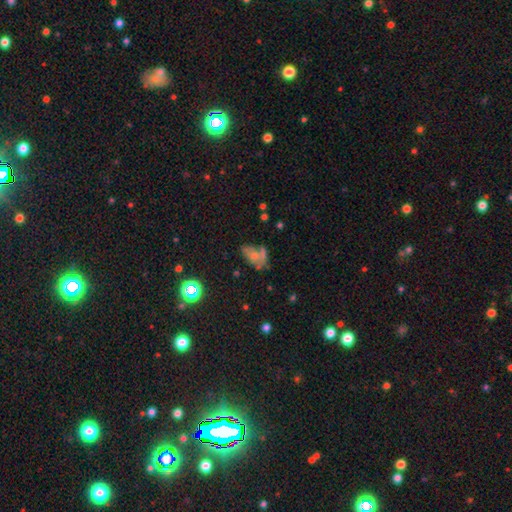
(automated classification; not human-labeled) This is possibly a smooth galaxy (51%). How rounded: clearly in between (86%). Merging: marginally none (33%).